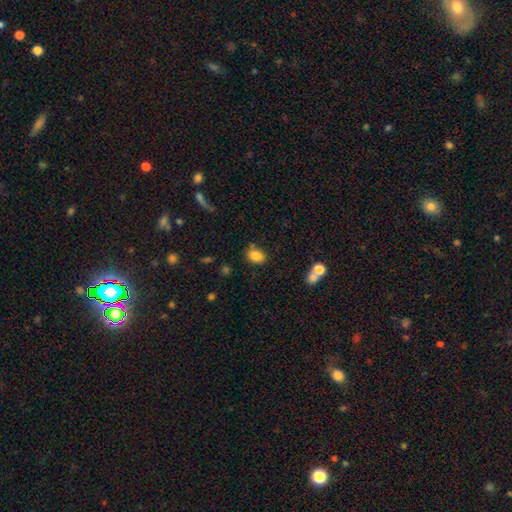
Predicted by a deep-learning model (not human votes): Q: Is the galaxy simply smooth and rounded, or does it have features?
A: smooth — 84%.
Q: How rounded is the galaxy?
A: in between — 68%.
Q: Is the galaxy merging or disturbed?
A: none — 75%.